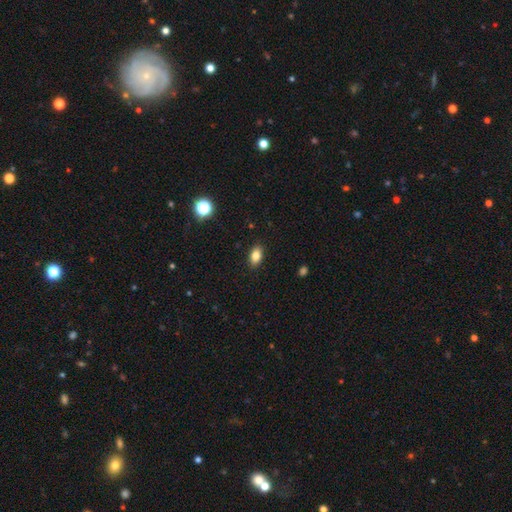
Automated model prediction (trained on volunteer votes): smooth_or_featured: smooth (p=0.82) [alt: star or artifact p=0.10]
how_rounded: in between (p=0.87) [alt: round p=0.09]
merging: none (p=0.89) [alt: minor disturbance p=0.08]